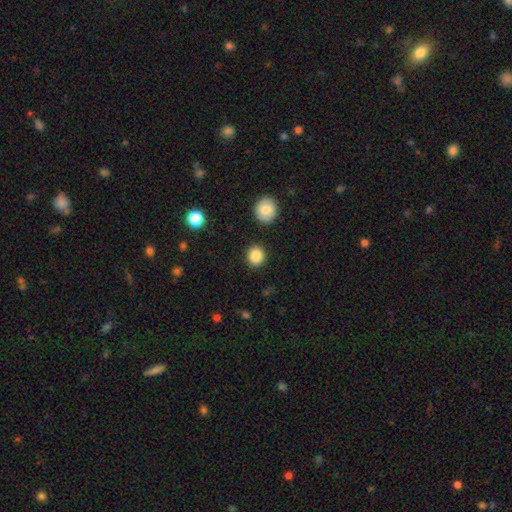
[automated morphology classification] Smooth or featured? smooth (87%)
How rounded? round (79%)
Merging? none (89%)